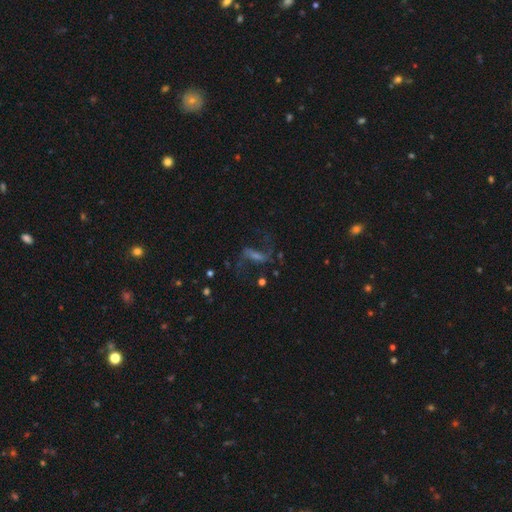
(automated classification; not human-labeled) This is likely a featured or disk galaxy (70%). It is clearly not viewed edge-on (90%). Bar: possibly strong (45%). Spiral arm pattern: clearly yes (90%). Spiral arm count: clearly 2 (90%). Spiral winding: likely loose (75%). Central bulge: marginally small (37%). Merging: likely none (68%).